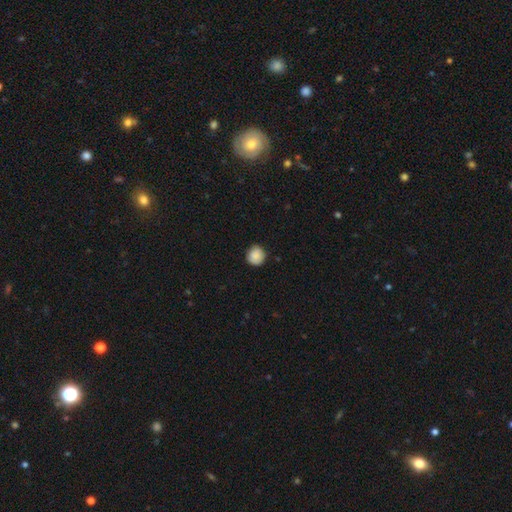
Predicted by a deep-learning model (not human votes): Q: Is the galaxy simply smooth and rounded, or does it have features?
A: smooth — 87%.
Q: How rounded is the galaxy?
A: round — 90%.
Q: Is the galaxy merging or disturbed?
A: none — 83%.